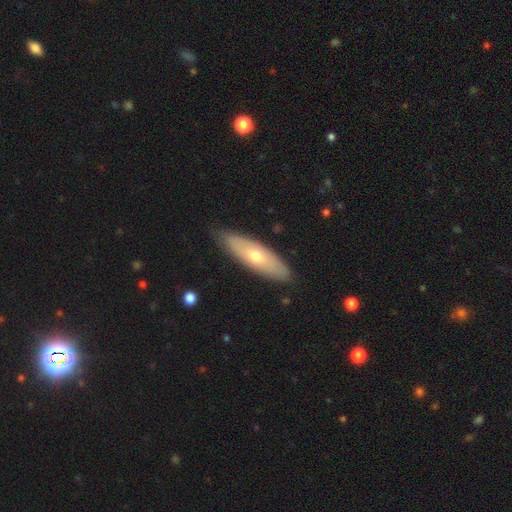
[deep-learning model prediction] The model was most divided on "smooth or featured": smooth: 52%, featured or disk: 42%, star or artifact: 6%. More confident: merging — none (84%); how rounded — in between (54%).